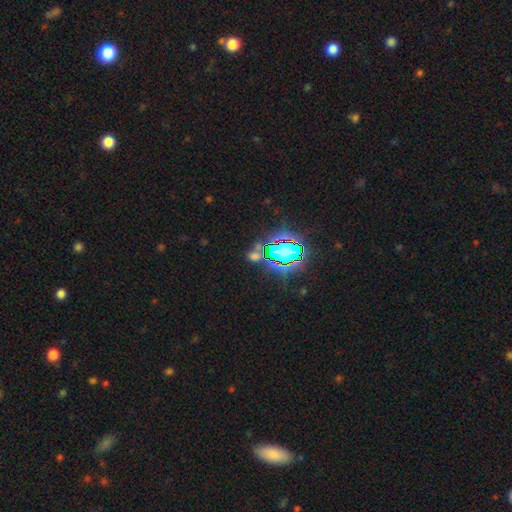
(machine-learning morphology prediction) Overall: star or artifact (56%; smooth 34%).